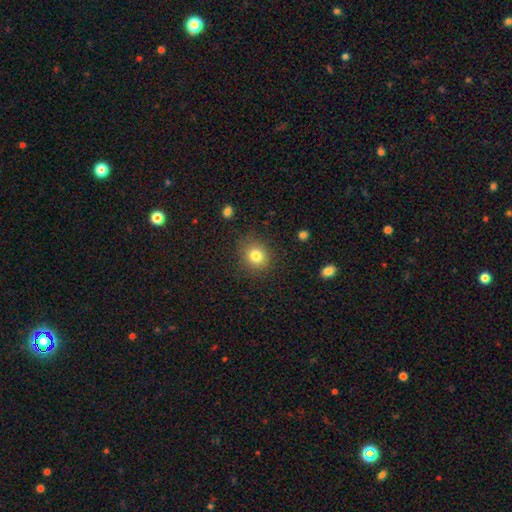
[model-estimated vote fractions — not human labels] Q: Smooth or featured?
A: smooth (81%); runner-up: star or artifact (11%)
Q: How rounded?
A: round (80%); runner-up: in between (19%)
Q: Merging?
A: none (86%); runner-up: minor disturbance (10%)